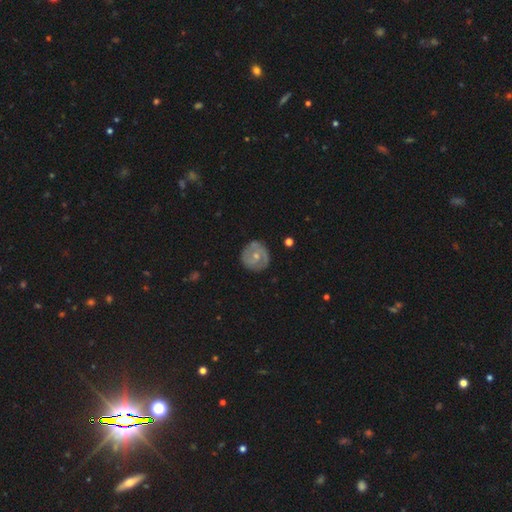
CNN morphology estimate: Overall: featured or disk (63%; smooth 31%). Edge-on disk: no (97%). Bar: no (69%). Spiral arms: yes (74%). Bulge size: small (60%; moderate 37%). Merging: none (79%).